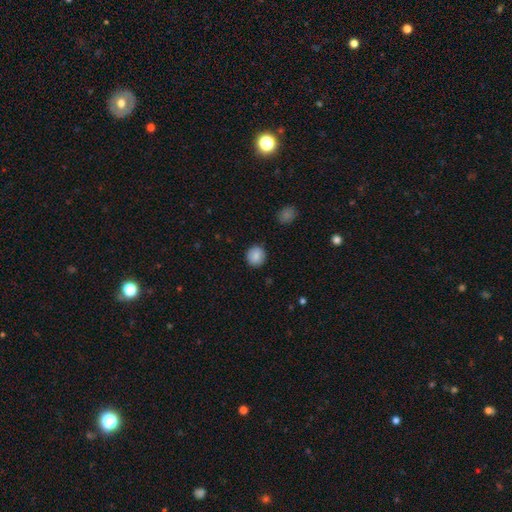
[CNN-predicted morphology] This is clearly a smooth galaxy (86%). How rounded: clearly round (88%). Merging: clearly none (89%).